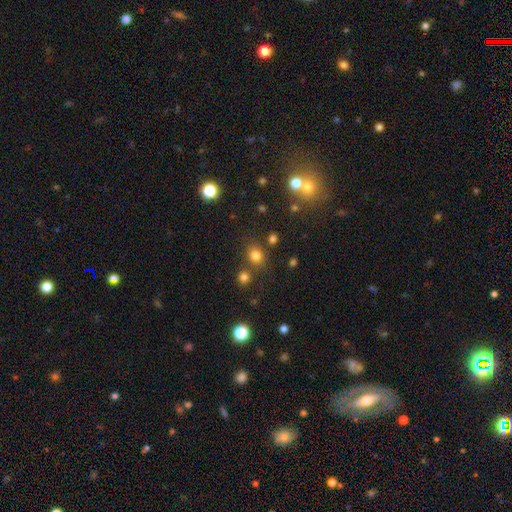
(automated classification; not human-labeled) A smooth galaxy with no disk features (77%) that is round (74%).

Vote fractions:
- Smooth or featured? smooth: 77% / star or artifact: 17% / featured or disk: 6%
- How rounded? round: 74% / in between: 25% / cigar-shaped: 1%
- Merging? none: 74% / merger: 11% / minor disturbance: 11% / major disturbance: 4%